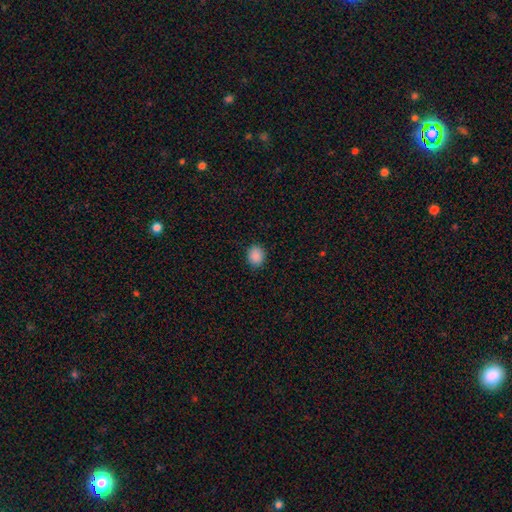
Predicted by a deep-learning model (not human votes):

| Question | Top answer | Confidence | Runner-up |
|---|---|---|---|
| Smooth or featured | smooth | 88% | star or artifact (9%) |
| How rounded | round | 68% | in between (31%) |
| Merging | none | 88% | minor disturbance (9%) |